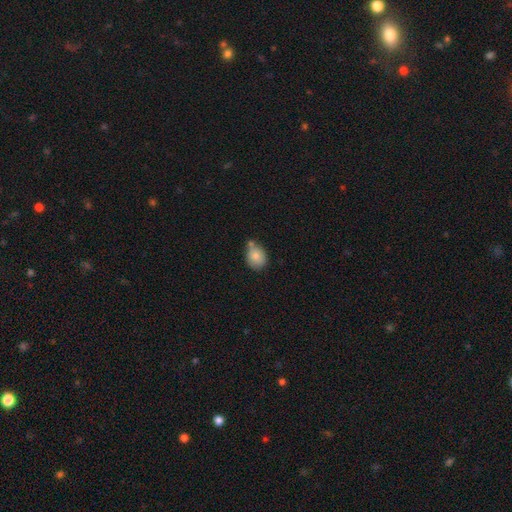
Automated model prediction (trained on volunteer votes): Smooth or featured: smooth — 80% (featured or disk — 13%)
How rounded: round — 53% (in between — 46%)
Merging: none — 47% (minor disturbance — 24%)